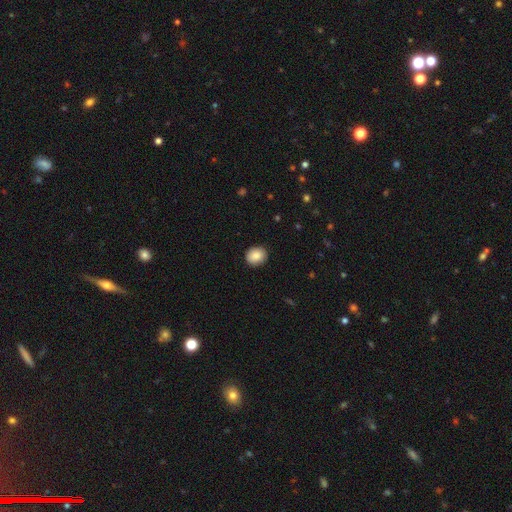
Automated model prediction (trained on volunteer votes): A smooth galaxy with no disk features (86%) that is round (68%).

Vote fractions:
- Smooth or featured? smooth: 86% / star or artifact: 8% / featured or disk: 6%
- How rounded? round: 68% / in between: 31% / cigar-shaped: 1%
- Merging? none: 89% / minor disturbance: 8% / major disturbance: 2% / merger: 1%